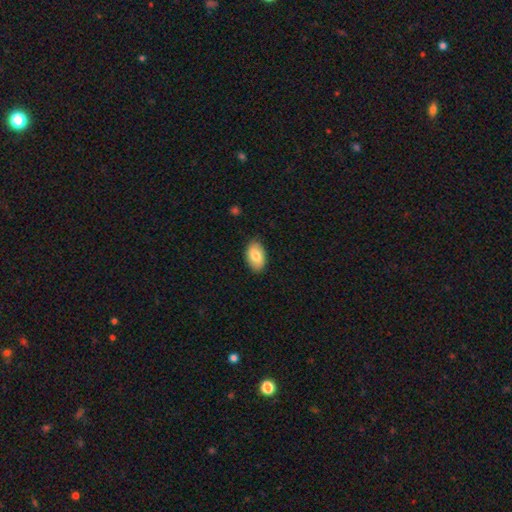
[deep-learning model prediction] Smooth or featured? Predicted: smooth (p=0.79). How rounded? Predicted: in between (p=0.93). Merging? Predicted: none (p=0.86).